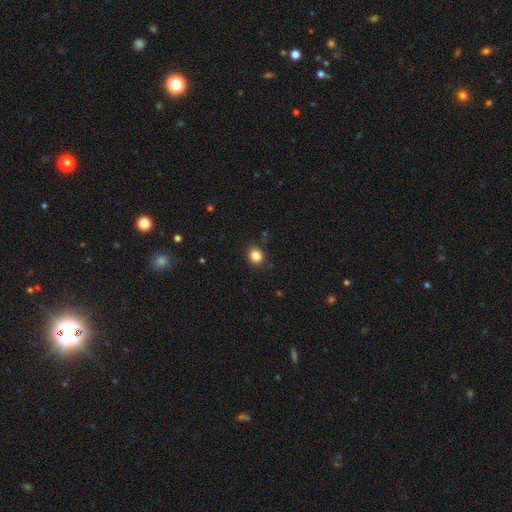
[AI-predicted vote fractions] Smooth or featured? Predicted: smooth (p=0.84). How rounded? Predicted: round (p=0.70). Merging? Predicted: none (p=0.88).